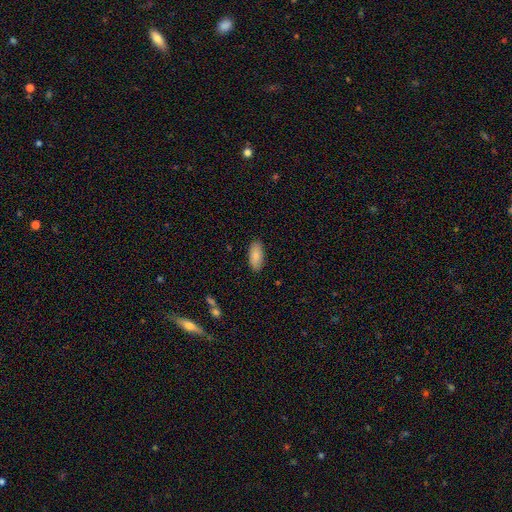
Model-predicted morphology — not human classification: type=smooth (85%); roundness=in between (88%); merging=none (88%).